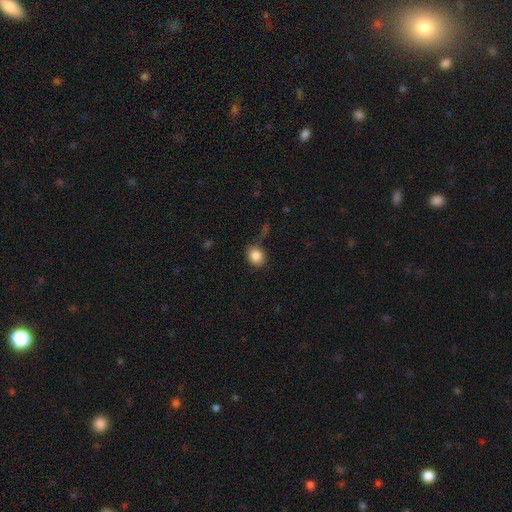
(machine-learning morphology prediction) Q: Smooth or featured?
A: smooth (85%); runner-up: star or artifact (10%)
Q: How rounded?
A: round (70%); runner-up: in between (29%)
Q: Merging?
A: none (75%); runner-up: minor disturbance (15%)